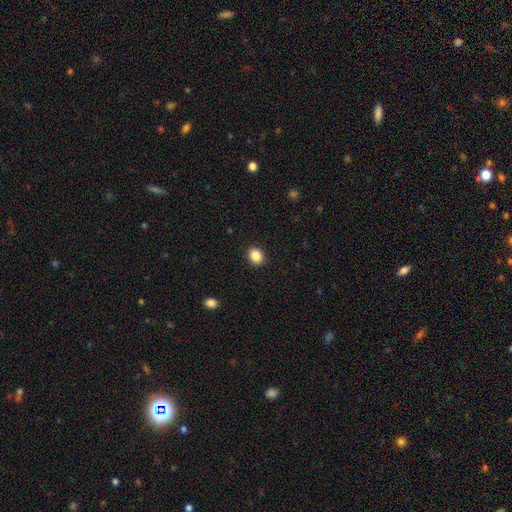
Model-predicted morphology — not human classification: A smooth galaxy with no disk features (87%) that is round (56%). Merging: none (91%).